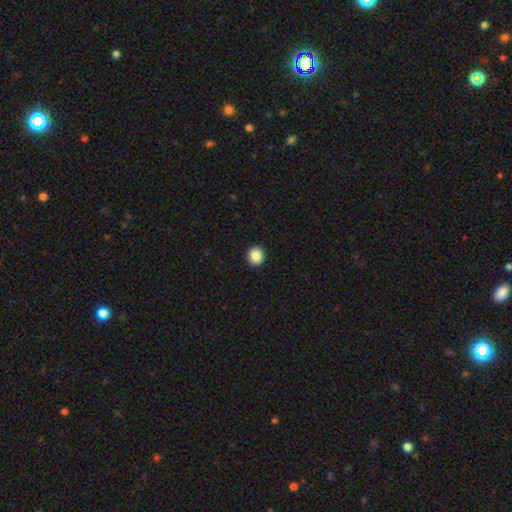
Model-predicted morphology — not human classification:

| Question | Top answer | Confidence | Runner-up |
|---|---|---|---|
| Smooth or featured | smooth | 87% | star or artifact (9%) |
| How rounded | round | 88% | in between (11%) |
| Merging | none | 93% | minor disturbance (5%) |